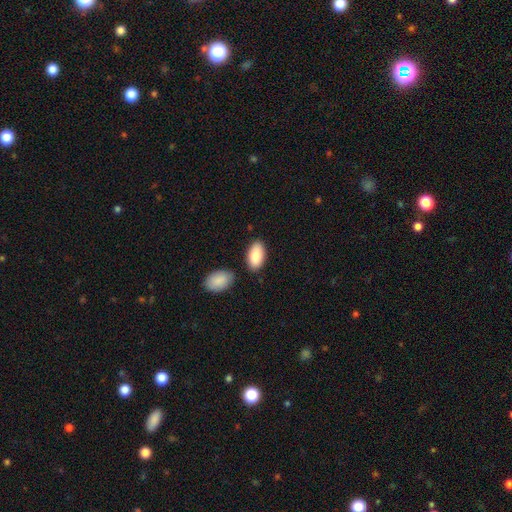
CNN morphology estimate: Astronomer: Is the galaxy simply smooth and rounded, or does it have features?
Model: smooth — 88%.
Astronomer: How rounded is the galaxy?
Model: in between — 95%.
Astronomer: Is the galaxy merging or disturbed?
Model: none — 79%.